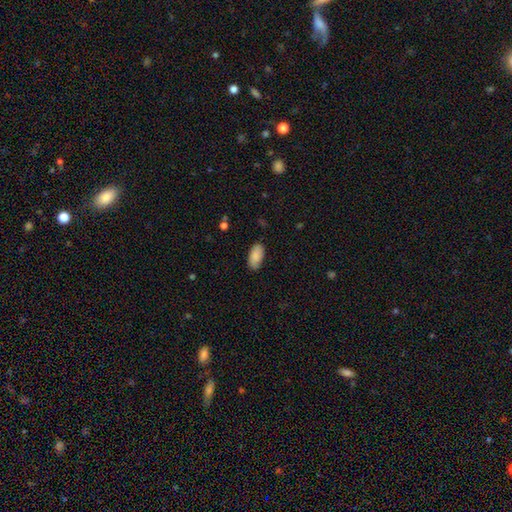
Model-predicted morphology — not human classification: Overall: smooth (88%). How rounded: in between (94%). Merging: none (84%).